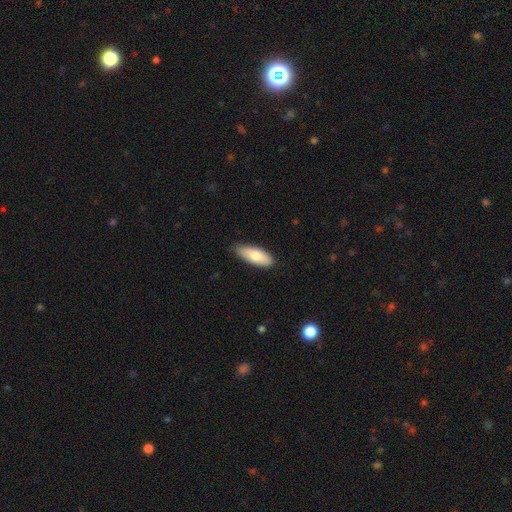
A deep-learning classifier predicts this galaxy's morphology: smooth-or-featured: smooth: 79% | featured or disk: 16% | star or artifact: 5%
  how-rounded: in between: 75% | cigar-shaped: 23% | round: 2%
  merging: none: 83% | minor disturbance: 14% | major disturbance: 2% | merger: 1%